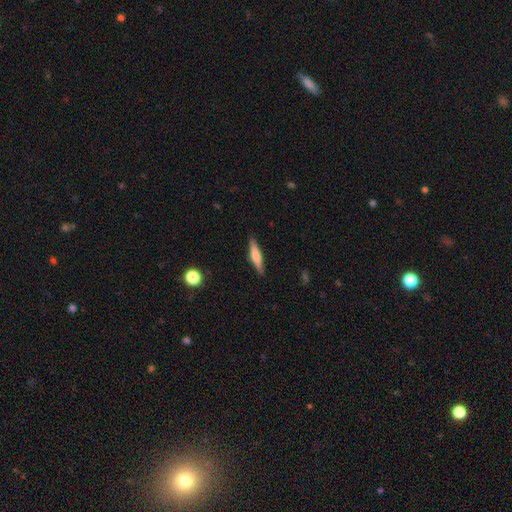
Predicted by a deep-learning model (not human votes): Smooth or featured: smooth — 58% (featured or disk — 35%)
How rounded: cigar-shaped — 82% (in between — 16%)
Merging: none — 88% (minor disturbance — 9%)